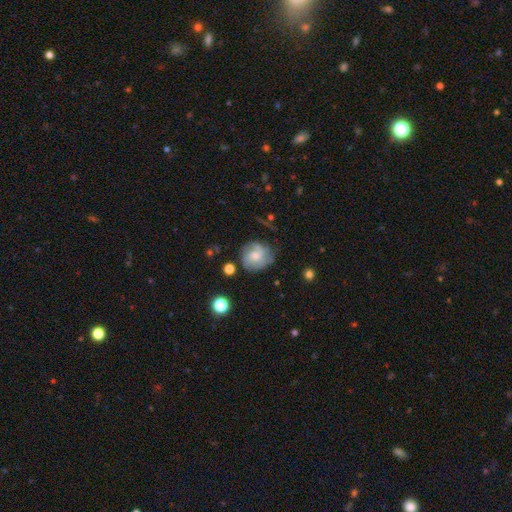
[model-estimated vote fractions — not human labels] This is likely a featured or disk galaxy (61%). It is clearly not viewed edge-on (98%). Bar: likely no (69%). Spiral arm pattern: clearly yes (87%). Spiral arm count: marginally can't tell (31%). Spiral winding: possibly tight (46%). Central bulge: possibly moderate (46%). Merging: likely none (65%).